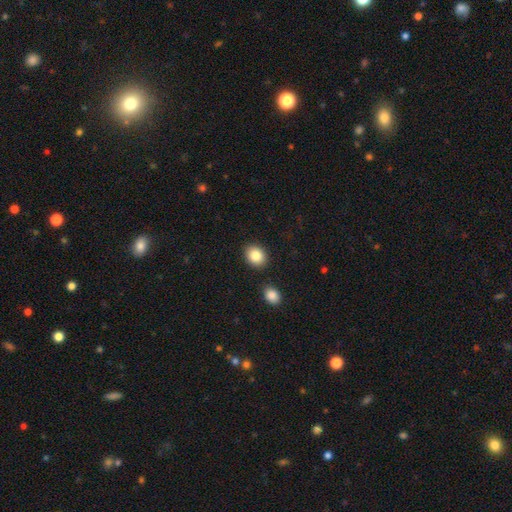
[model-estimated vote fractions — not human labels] smooth_or_featured: smooth (p=0.85) [alt: star or artifact p=0.08]
how_rounded: round (p=0.51) [alt: in between p=0.48]
merging: none (p=0.86) [alt: minor disturbance p=0.08]